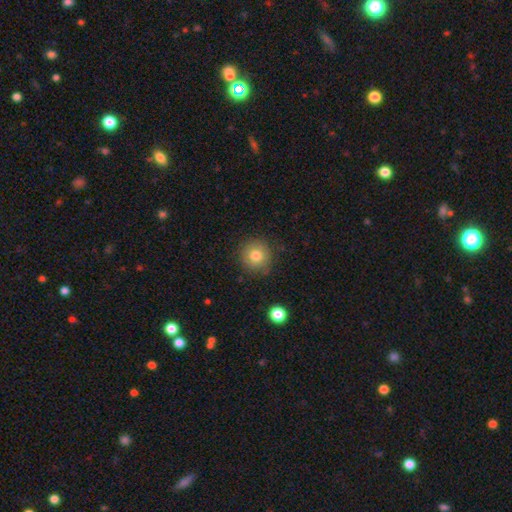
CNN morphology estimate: type=smooth (79%); roundness=round (94%); merging=none (85%).